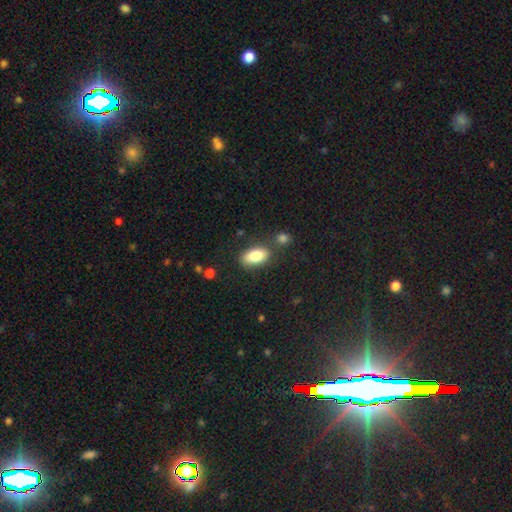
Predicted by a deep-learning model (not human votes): A smooth galaxy with no disk features (86%) that is in between round and cigar-shaped (91%). Merging: none (73%).